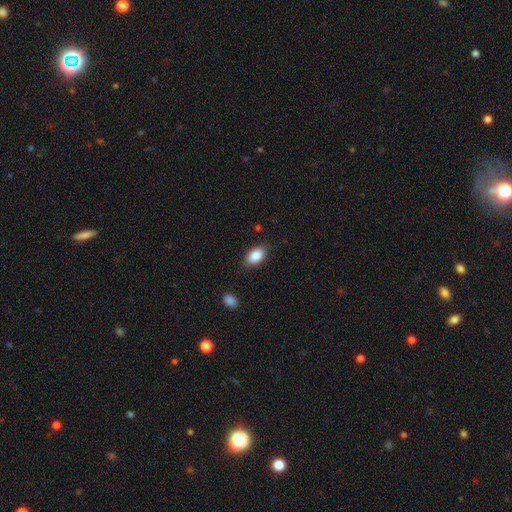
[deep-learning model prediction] Morphology: type=smooth (88%); roundness=in between (91%); merging=none (82%).